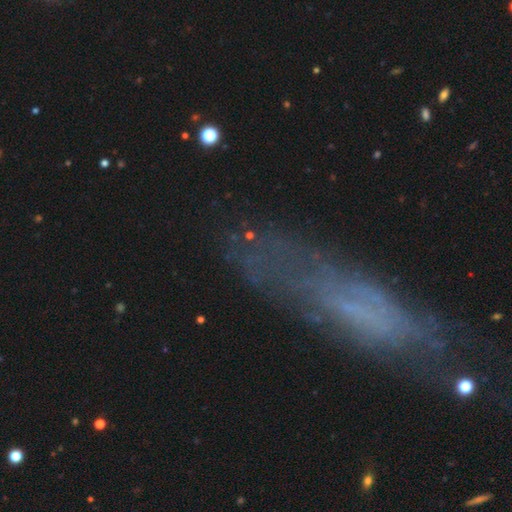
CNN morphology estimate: Smooth or featured? featured or disk (52%)
Edge-on disk? no (61%)
Merging? none (66%)